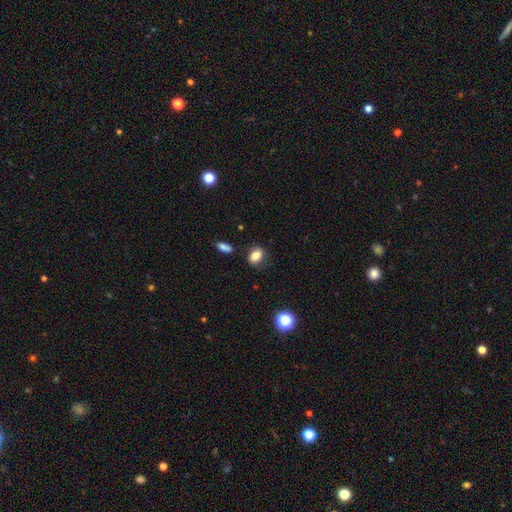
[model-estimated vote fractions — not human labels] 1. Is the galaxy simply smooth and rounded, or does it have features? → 81% smooth, 10% star or artifact, 9% featured or disk.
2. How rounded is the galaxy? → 67% in between, 31% round, 2% cigar-shaped.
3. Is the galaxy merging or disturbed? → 76% none, 16% minor disturbance, 4% major disturbance, 4% merger.